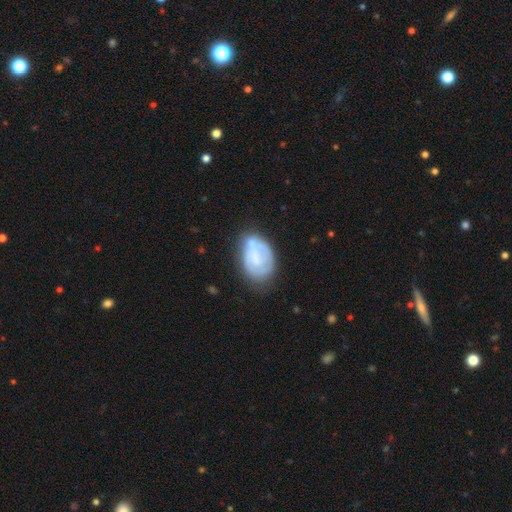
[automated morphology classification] smooth-or-featured: featured or disk: 48% | smooth: 44% | star or artifact: 7%
  merging: none: 51% | minor disturbance: 29% | major disturbance: 12% | merger: 8%